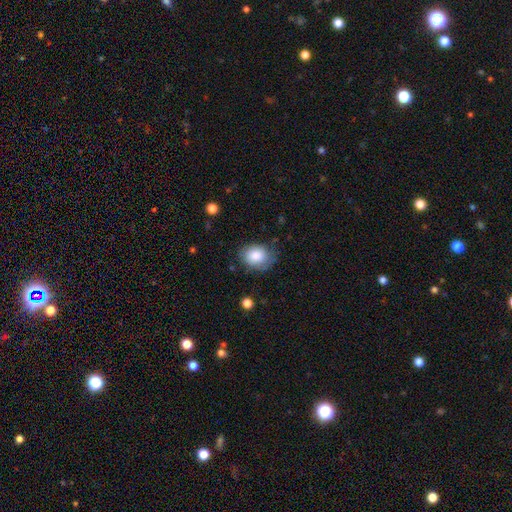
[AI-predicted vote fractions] Smooth or featured?
  - smooth: 83% *
  - featured or disk: 10%
  - star or artifact: 7%
How rounded?
  - in between: 59% *
  - round: 40%
  - cigar-shaped: 1%
Merging?
  - none: 69% *
  - minor disturbance: 23%
  - major disturbance: 7%
  - merger: 2%